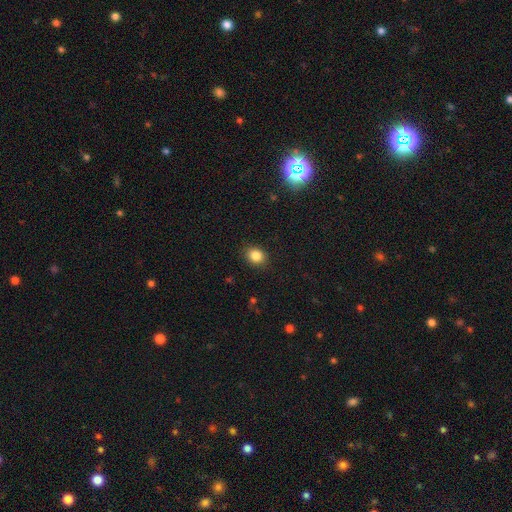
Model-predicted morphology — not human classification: smooth_or_featured: smooth (p=0.85) [alt: star or artifact p=0.10]
how_rounded: round (p=0.56) [alt: in between p=0.43]
merging: none (p=0.88) [alt: minor disturbance p=0.09]